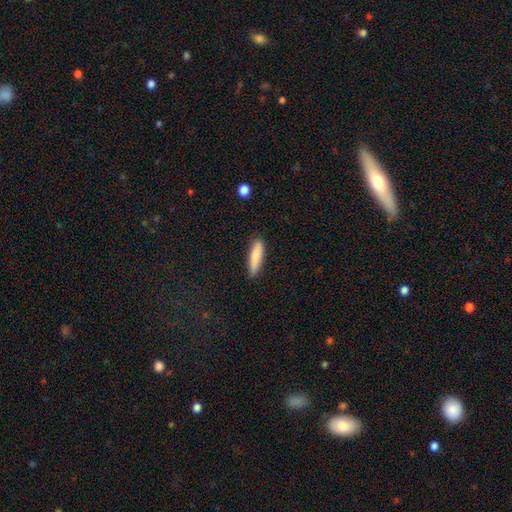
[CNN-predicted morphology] This appears to be a smooth galaxy with no disk features (80%) that is cigar-shaped (76%). Merging: none (85%).